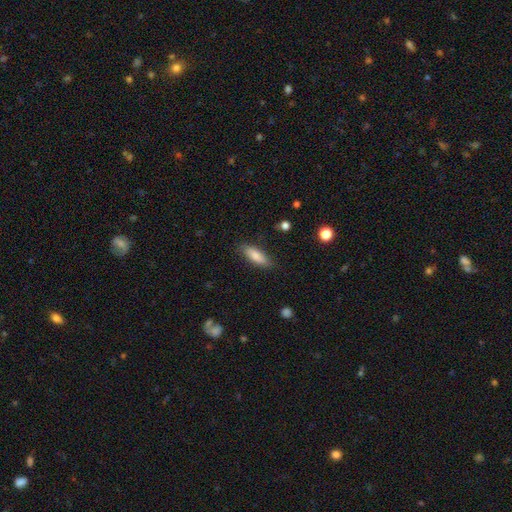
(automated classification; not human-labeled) Morphology: type=smooth (81%); roundness=in between (60%); merging=none (83%).